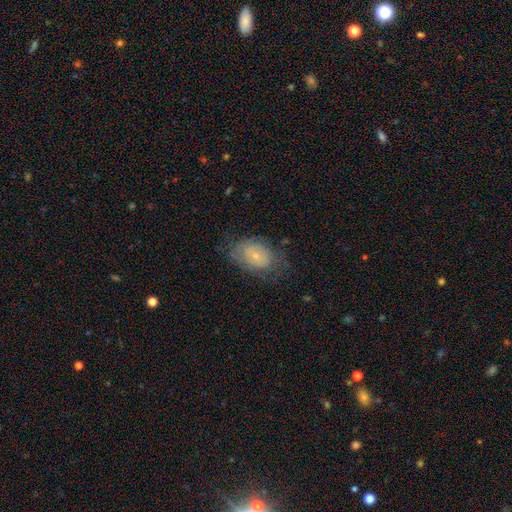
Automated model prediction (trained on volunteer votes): smooth_or_featured: smooth (p=0.53) [alt: featured or disk p=0.39]
how_rounded: in between (p=0.81) [alt: round p=0.18]
merging: none (p=0.60) [alt: minor disturbance p=0.25]